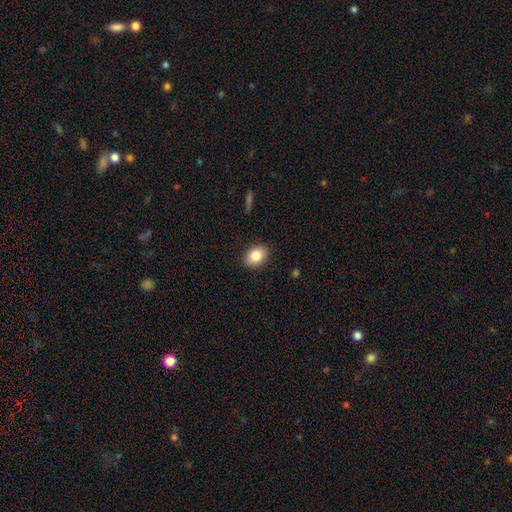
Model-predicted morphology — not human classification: Smooth or featured? smooth (85%)
How rounded? in between (72%)
Merging? none (89%)